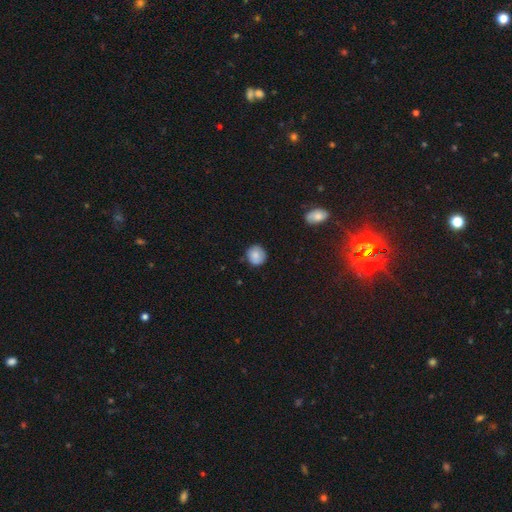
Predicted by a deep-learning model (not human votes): smooth-or-featured: smooth: 85% | star or artifact: 8% | featured or disk: 7%
  how-rounded: round: 90% | in between: 9% | cigar-shaped: 1%
  merging: none: 83% | minor disturbance: 13% | major disturbance: 2% | merger: 1%